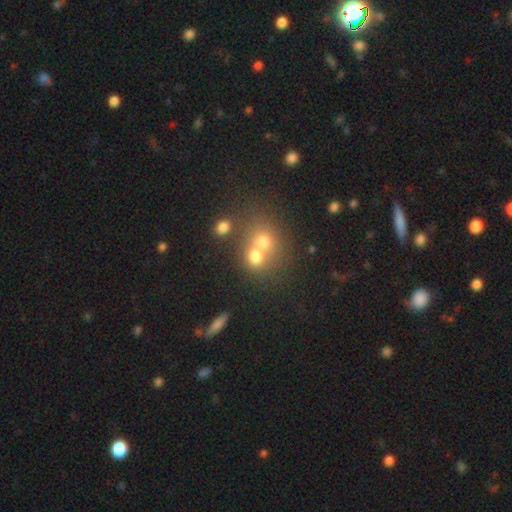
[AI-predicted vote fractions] Q: Smooth or featured?
A: smooth (69%); runner-up: featured or disk (16%)
Q: How rounded?
A: round (68%); runner-up: in between (31%)
Q: Merging?
A: merger (59%); runner-up: none (30%)